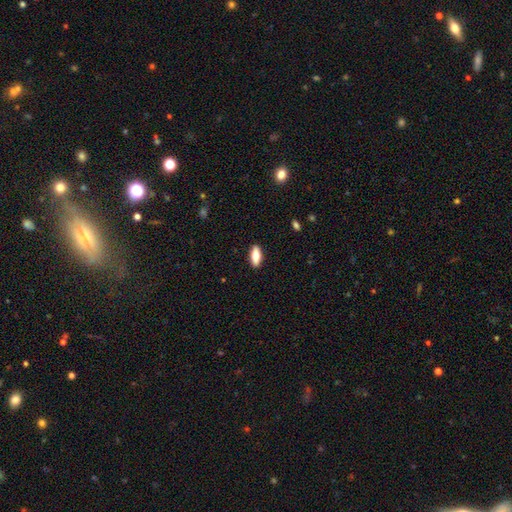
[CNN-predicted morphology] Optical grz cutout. It shows a smooth galaxy with no disk features (70%) that is in between round and cigar-shaped (74%). Merging: none (89%).